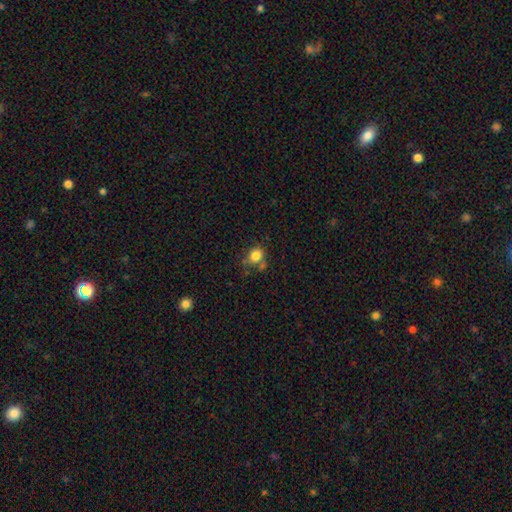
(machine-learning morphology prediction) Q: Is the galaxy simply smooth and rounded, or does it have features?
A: smooth — 80%.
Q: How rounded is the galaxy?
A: round — 68%.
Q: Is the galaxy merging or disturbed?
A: none — 59%.